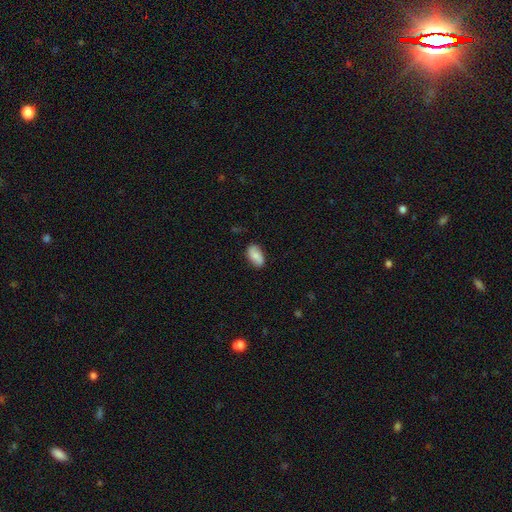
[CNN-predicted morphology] Smooth or featured? Predicted: smooth (p=0.69). How rounded? Predicted: in between (p=0.93). Merging? Predicted: none (p=0.81).